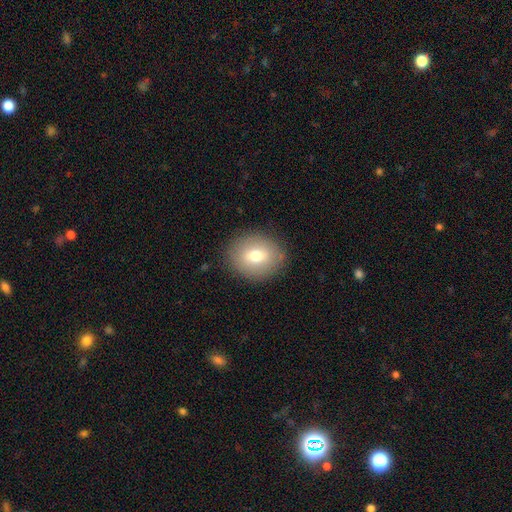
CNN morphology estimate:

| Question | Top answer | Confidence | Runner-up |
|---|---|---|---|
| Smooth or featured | smooth | 70% | featured or disk (21%) |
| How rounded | round | 56% | in between (43%) |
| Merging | none | 87% | minor disturbance (9%) |